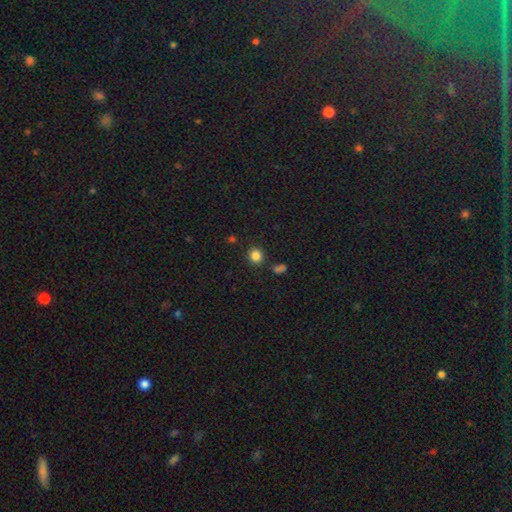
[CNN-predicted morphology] Smooth or featured? Predicted: smooth (p=0.84). How rounded? Predicted: round (p=0.86). Merging? Predicted: none (p=0.84).